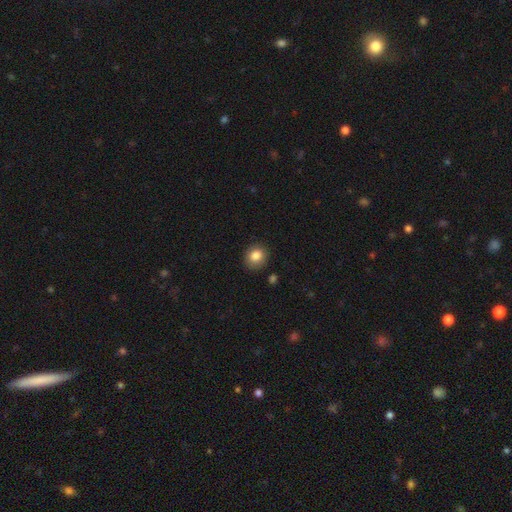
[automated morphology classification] Overall: smooth (84%). How rounded: round (74%). Merging: none (87%).